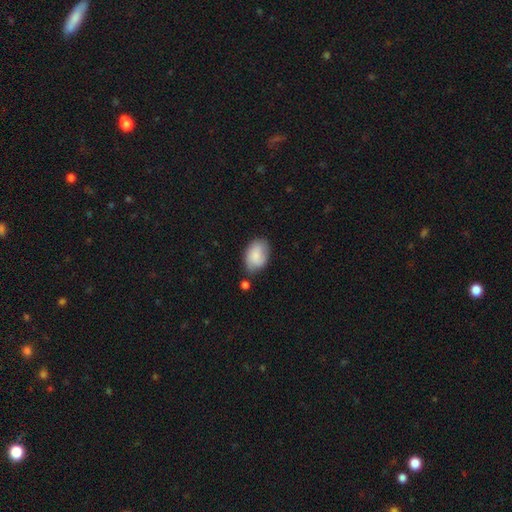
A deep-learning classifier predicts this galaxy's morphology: Smooth or featured: smooth — 80% (featured or disk — 13%)
How rounded: in between — 87% (round — 12%)
Merging: none — 65% (minor disturbance — 25%)